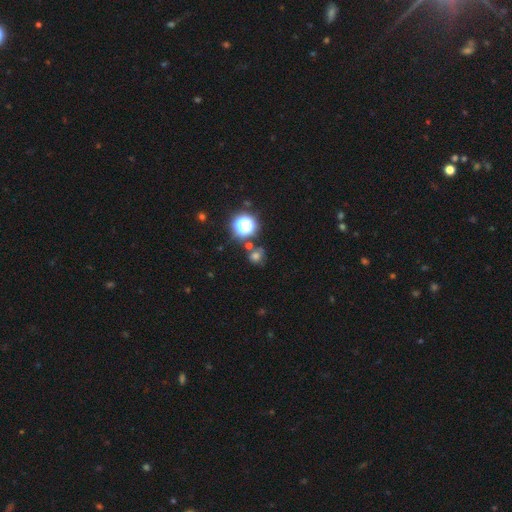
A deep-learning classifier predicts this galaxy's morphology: The model was most divided on "smooth or featured": smooth: 61%, star or artifact: 28%, featured or disk: 11%. More confident: how rounded — round (82%); merging — none (67%).